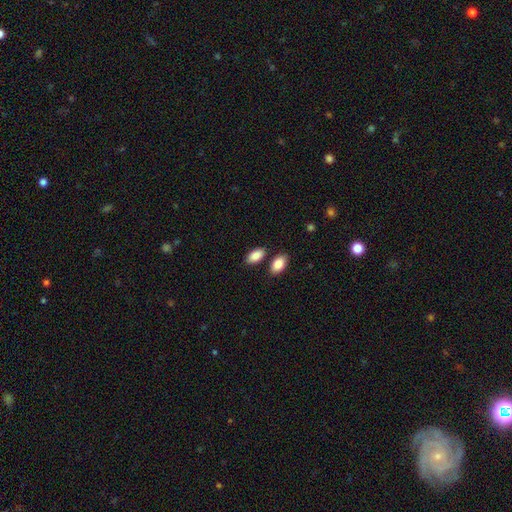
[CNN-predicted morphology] Smooth or featured?
  - smooth: 88% *
  - star or artifact: 7%
  - featured or disk: 5%
How rounded?
  - in between: 93% *
  - round: 4%
  - cigar-shaped: 2%
Merging?
  - none: 76% *
  - minor disturbance: 11%
  - merger: 10%
  - major disturbance: 3%